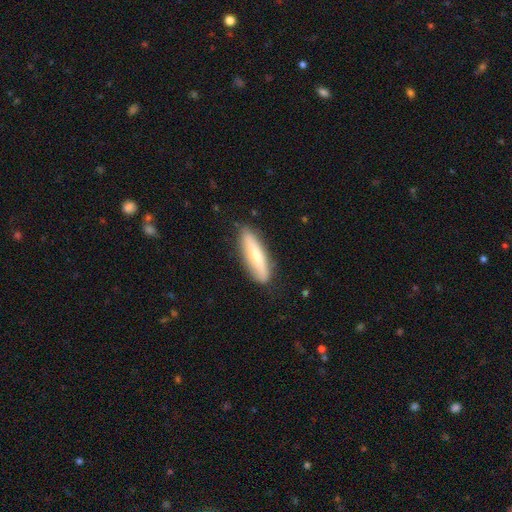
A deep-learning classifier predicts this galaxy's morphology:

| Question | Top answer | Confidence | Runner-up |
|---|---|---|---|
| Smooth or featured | smooth | 65% | featured or disk (30%) |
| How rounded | cigar-shaped | 68% | in between (30%) |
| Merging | none | 83% | minor disturbance (13%) |